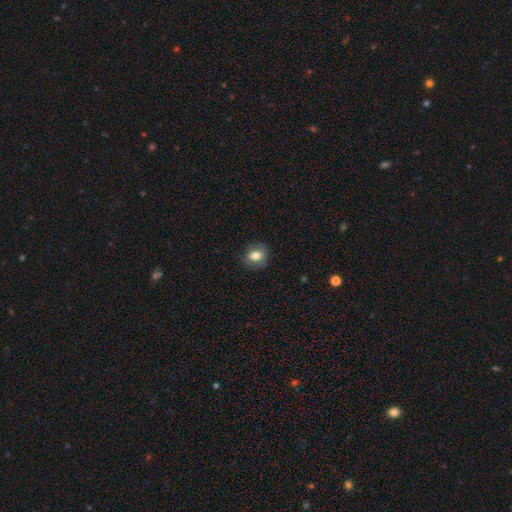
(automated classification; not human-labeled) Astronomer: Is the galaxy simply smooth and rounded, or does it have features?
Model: smooth — 78%.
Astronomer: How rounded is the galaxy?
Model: round — 61% (runner-up: in between, 38%).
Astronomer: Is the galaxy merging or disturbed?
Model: none — 83%.